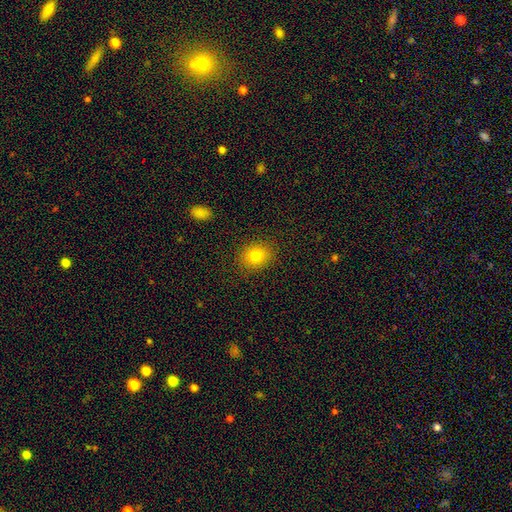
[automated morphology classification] Smooth or featured? Predicted: smooth (p=0.81). How rounded? Predicted: round (p=0.57). Merging? Predicted: none (p=0.88).